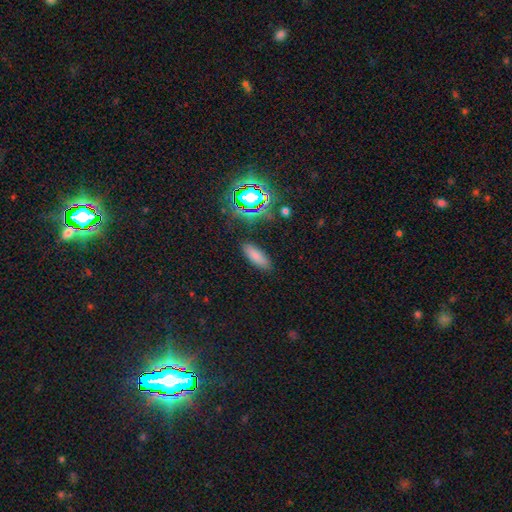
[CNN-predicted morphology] The model was most divided on "how rounded": in between: 66%, cigar-shaped: 31%, round: 3%. More confident: merging — none (87%); smooth or featured — smooth (77%).